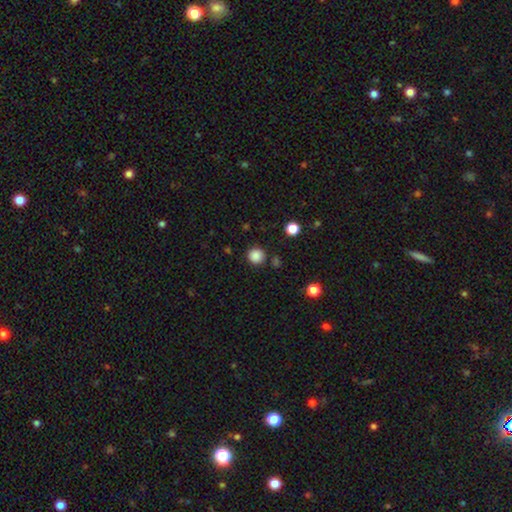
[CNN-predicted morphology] Smooth or featured?
  - smooth: 86% *
  - star or artifact: 11%
  - featured or disk: 3%
How rounded?
  - round: 94% *
  - in between: 5%
  - cigar-shaped: 1%
Merging?
  - none: 87% *
  - minor disturbance: 7%
  - merger: 3%
  - major disturbance: 2%